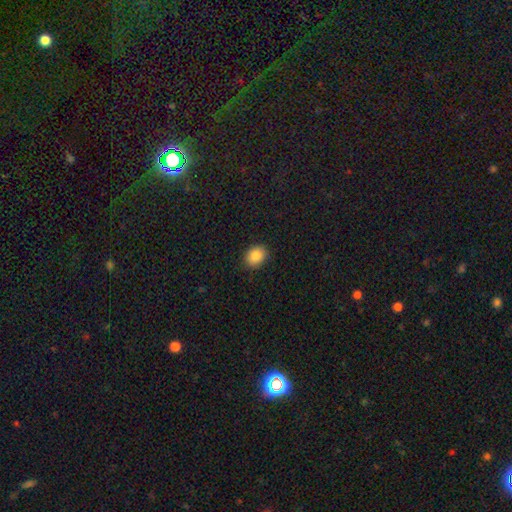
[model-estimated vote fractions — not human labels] A smooth galaxy with no disk features (87%) that is in between round and cigar-shaped (50%).

Vote fractions:
- Smooth or featured? smooth: 87% / star or artifact: 9% / featured or disk: 5%
- How rounded? in between: 50% / round: 49% / cigar-shaped: 1%
- Merging? none: 88% / minor disturbance: 9% / major disturbance: 2% / merger: 1%